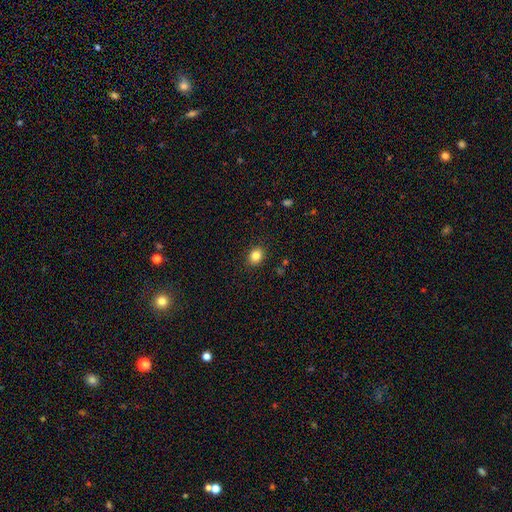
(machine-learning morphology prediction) This appears to be a smooth galaxy with no disk features (84%) that is round (50%). Merging: none (90%).